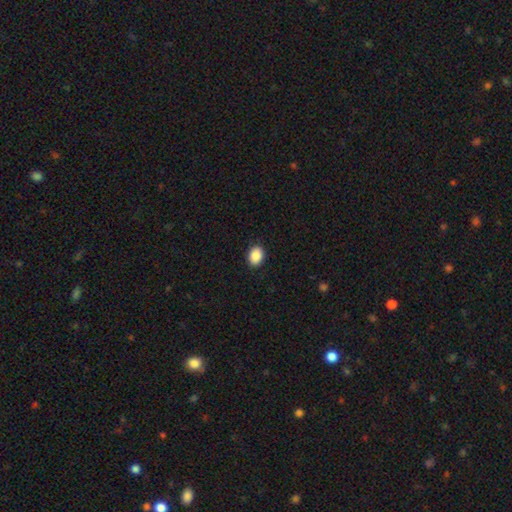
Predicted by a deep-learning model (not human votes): smooth_or_featured: smooth (p=0.89) [alt: star or artifact p=0.08]
how_rounded: in between (p=0.63) [alt: round p=0.36]
merging: none (p=0.91) [alt: minor disturbance p=0.06]